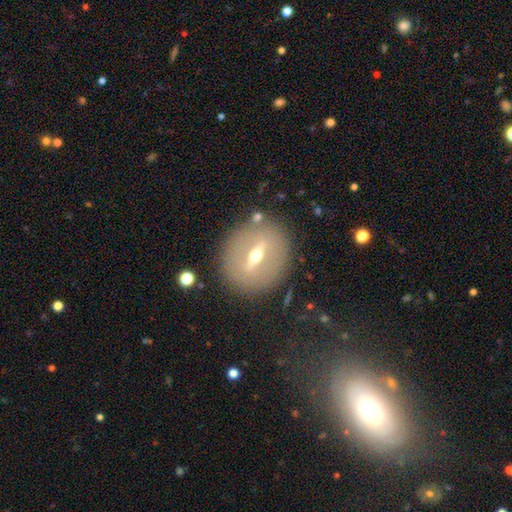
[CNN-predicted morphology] This appears to be a featured or disk galaxy (71%). Merging: none (84%).